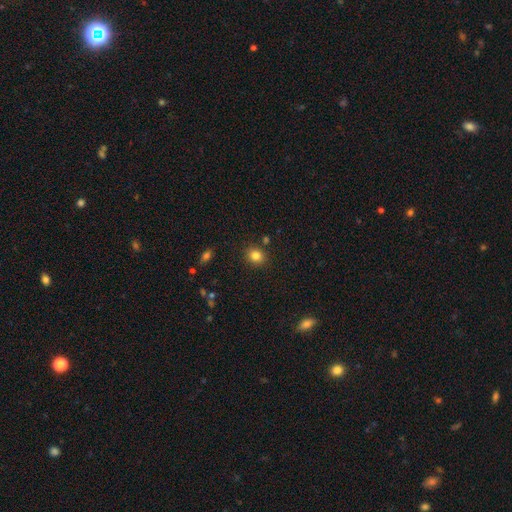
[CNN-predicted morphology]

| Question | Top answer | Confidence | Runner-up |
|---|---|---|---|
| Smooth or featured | smooth | 83% | star or artifact (11%) |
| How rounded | round | 71% | in between (28%) |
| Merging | none | 86% | minor disturbance (8%) |